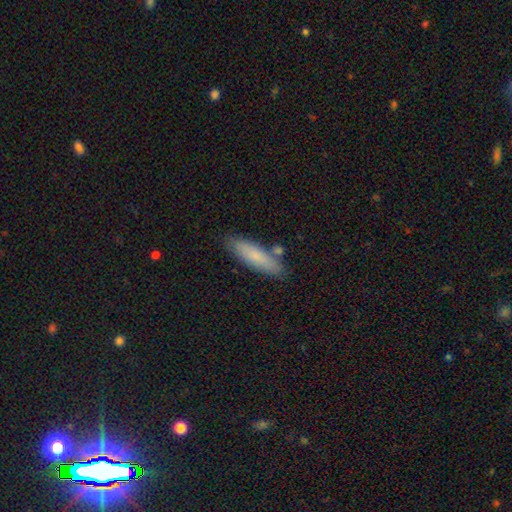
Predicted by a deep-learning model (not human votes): This is likely a smooth galaxy (78%). How rounded: likely cigar-shaped (68%). Merging: likely none (80%).